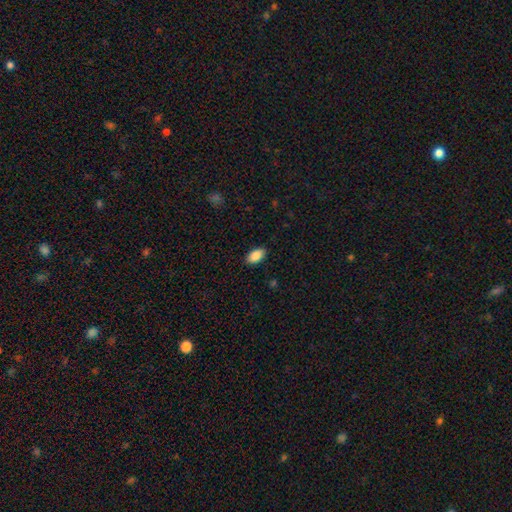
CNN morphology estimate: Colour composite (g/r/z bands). It shows a smooth galaxy with no disk features (89%) that is in between round and cigar-shaped (93%). Merging: none (88%).